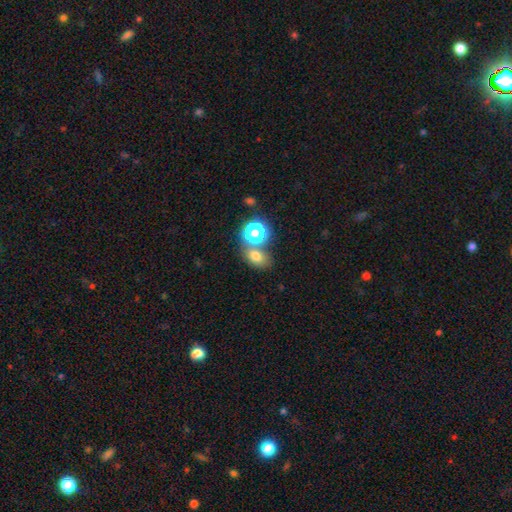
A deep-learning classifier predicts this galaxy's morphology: This appears to be a smooth galaxy with no disk features (73%) that is in between round and cigar-shaped (57%). Merging: none (55%).